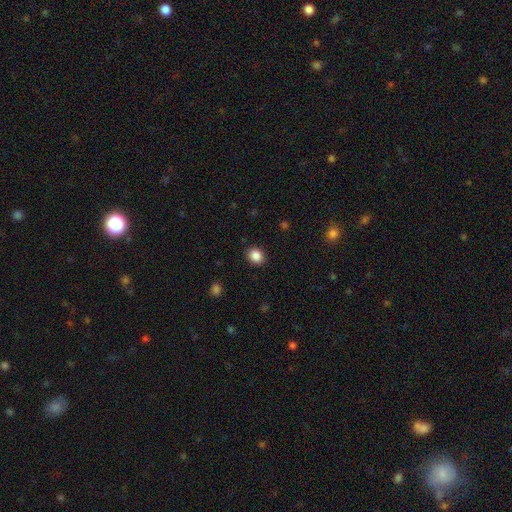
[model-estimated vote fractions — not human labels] Smooth or featured? Predicted: smooth (p=0.87). How rounded? Predicted: round (p=0.61). Merging? Predicted: none (p=0.90).